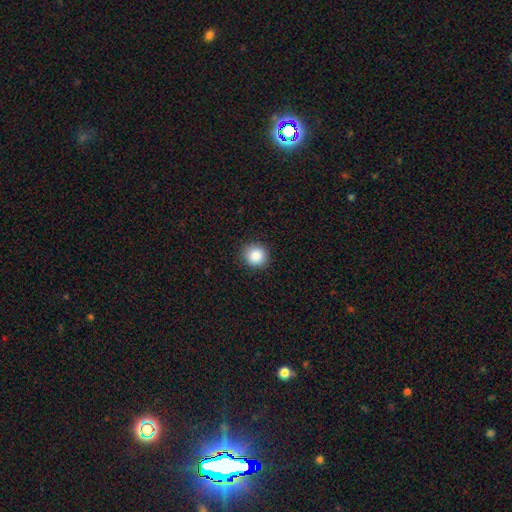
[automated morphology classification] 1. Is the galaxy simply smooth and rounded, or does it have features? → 87% smooth, 9% star or artifact, 3% featured or disk.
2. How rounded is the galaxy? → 90% round, 9% in between, 1% cigar-shaped.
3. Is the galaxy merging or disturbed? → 91% none, 6% minor disturbance, 2% major disturbance, 1% merger.